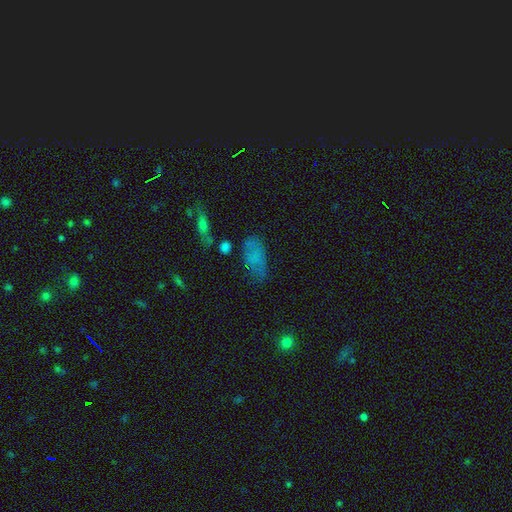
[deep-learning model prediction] The model was most divided on "merging": none: 54%, minor disturbance: 26%, major disturbance: 14%, merger: 7%. More confident: how rounded — in between (86%); smooth or featured — smooth (66%).